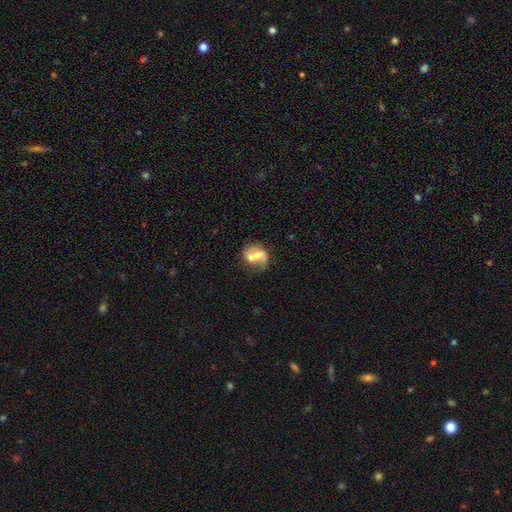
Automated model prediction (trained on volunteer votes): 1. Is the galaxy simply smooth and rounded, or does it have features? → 57% featured or disk, 35% smooth, 8% star or artifact.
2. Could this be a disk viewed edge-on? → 97% no, 3% yes.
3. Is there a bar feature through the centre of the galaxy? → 43% no, 36% weak, 21% strong.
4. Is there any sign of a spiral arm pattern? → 69% yes, 31% no.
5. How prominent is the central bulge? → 43% moderate, 33% small, 13% none, 8% large, 2% dominant.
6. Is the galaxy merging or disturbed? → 38% none, 31% merger, 19% minor disturbance, 13% major disturbance.